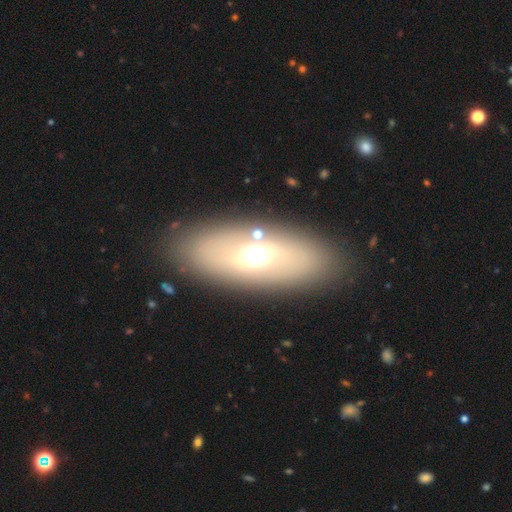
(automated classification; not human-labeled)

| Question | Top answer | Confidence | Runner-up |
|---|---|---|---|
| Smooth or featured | smooth | 47% | featured or disk (43%) |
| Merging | none | 84% | minor disturbance (9%) |